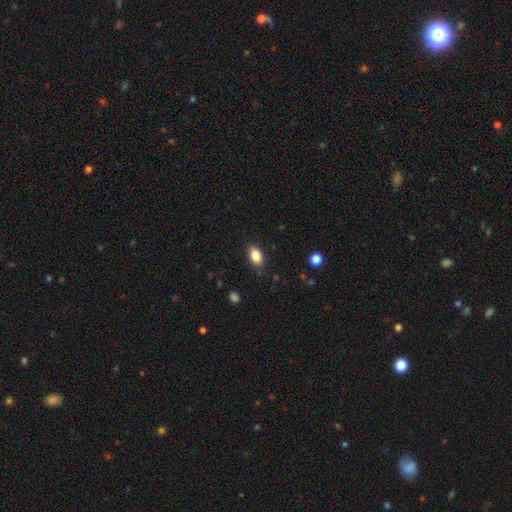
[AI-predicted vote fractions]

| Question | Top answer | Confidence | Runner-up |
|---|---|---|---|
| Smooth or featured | smooth | 87% | star or artifact (8%) |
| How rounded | in between | 88% | round (10%) |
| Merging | none | 86% | minor disturbance (10%) |